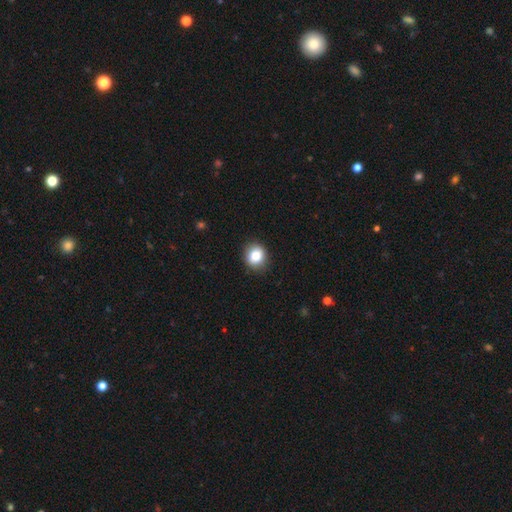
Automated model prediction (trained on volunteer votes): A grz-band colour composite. It shows a smooth galaxy with no disk features (84%) that is round (80%). Merging: none (88%).